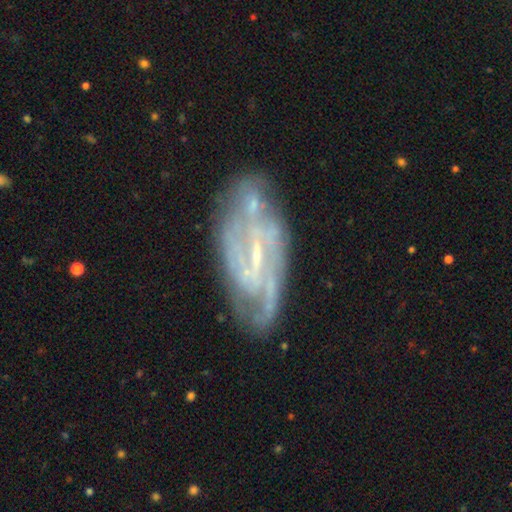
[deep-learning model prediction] Smooth or featured? Predicted: featured or disk (p=0.82). Edge-on disk? Predicted: no (p=0.92). Bar? Predicted: weak (p=0.48). Spiral arms? Predicted: yes (p=0.88). Spiral winding? Predicted: tight (p=0.43). Spiral arm count? Predicted: 2 (p=0.38). Bulge size? Predicted: small (p=0.64). Merging? Predicted: none (p=0.68).